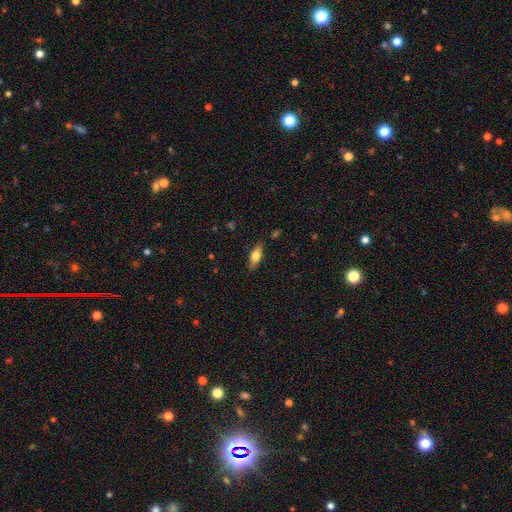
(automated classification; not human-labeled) smooth_or_featured: smooth (p=0.66) [alt: featured or disk p=0.27]
how_rounded: in between (p=0.70) [alt: cigar-shaped p=0.26]
merging: none (p=0.83) [alt: minor disturbance p=0.13]